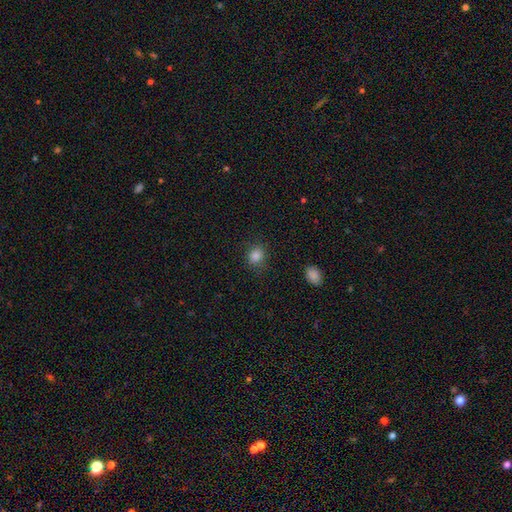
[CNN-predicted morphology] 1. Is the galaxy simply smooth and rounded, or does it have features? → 84% smooth, 12% star or artifact, 4% featured or disk.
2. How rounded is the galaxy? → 69% round, 30% in between, 1% cigar-shaped.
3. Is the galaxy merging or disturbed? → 83% none, 12% minor disturbance, 4% major disturbance, 1% merger.